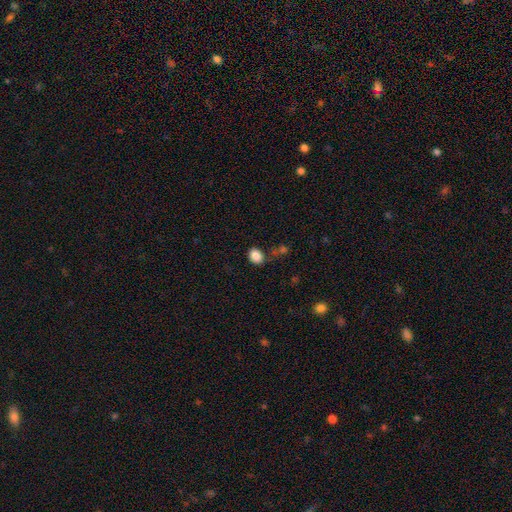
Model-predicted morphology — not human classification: smooth-or-featured: smooth: 87% | star or artifact: 9% | featured or disk: 4%
  how-rounded: in between: 58% | round: 42% | cigar-shaped: 1%
  merging: none: 70% | minor disturbance: 17% | merger: 8% | major disturbance: 6%